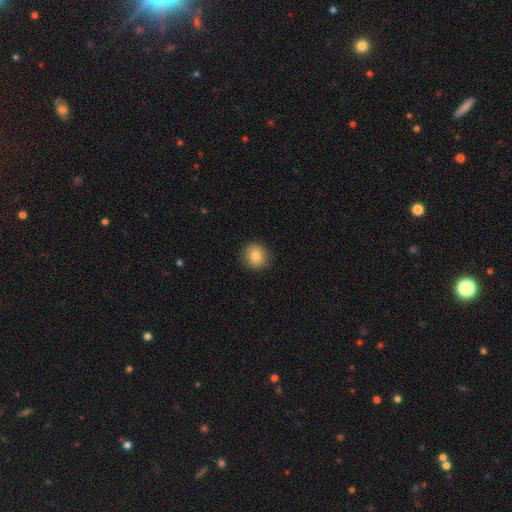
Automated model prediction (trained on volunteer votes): Morphology: type=smooth (83%); roundness=round (89%); merging=none (90%).